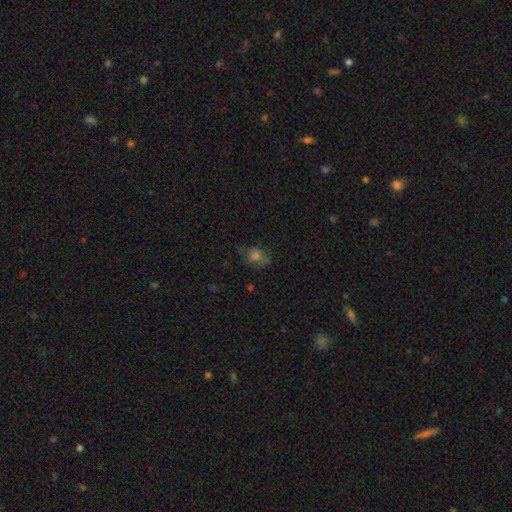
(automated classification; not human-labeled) Smooth or featured?
  - smooth: 46% *
  - featured or disk: 30%
  - star or artifact: 24%
Merging?
  - none: 64% *
  - minor disturbance: 22%
  - major disturbance: 13%
  - merger: 2%